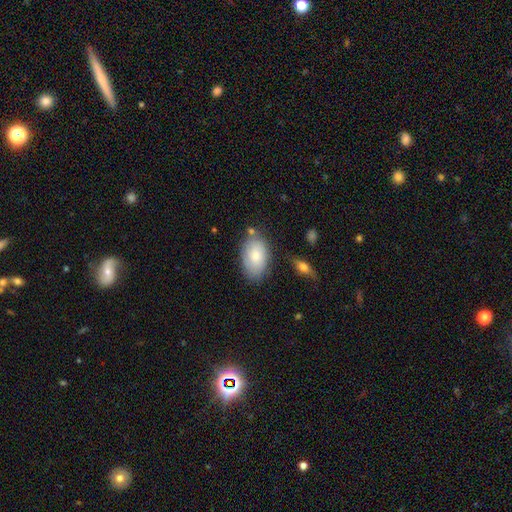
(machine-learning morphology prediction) This is likely a smooth galaxy (76%). How rounded: clearly in between (91%). Merging: likely none (69%).